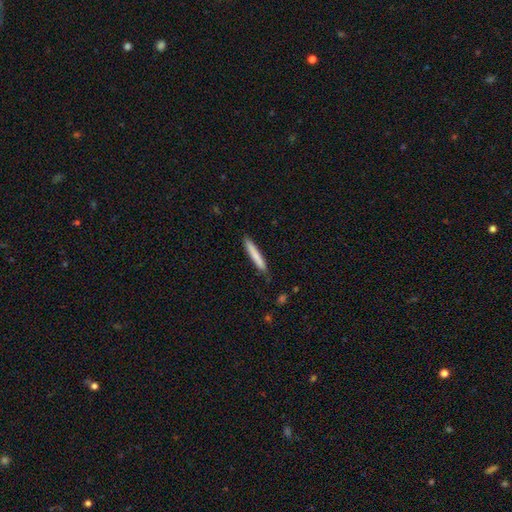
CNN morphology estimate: Smooth or featured?
  - smooth: 77% *
  - featured or disk: 17%
  - star or artifact: 6%
How rounded?
  - cigar-shaped: 95% *
  - in between: 4%
  - round: 1%
Merging?
  - none: 85% *
  - minor disturbance: 12%
  - major disturbance: 2%
  - merger: 1%